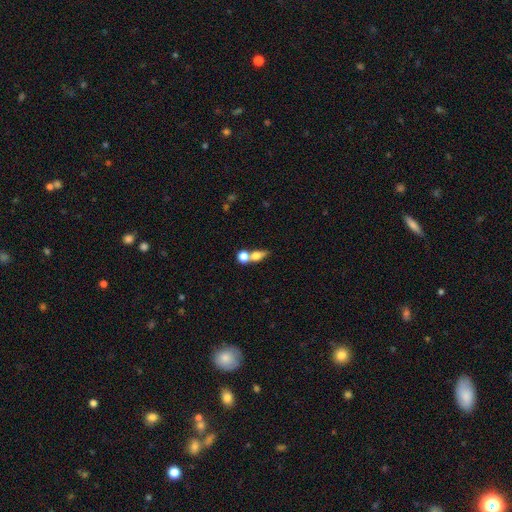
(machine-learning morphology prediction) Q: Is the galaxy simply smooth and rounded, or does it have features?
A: smooth — 71%.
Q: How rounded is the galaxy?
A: in between — 50%.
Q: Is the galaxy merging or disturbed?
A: merger — 55%.